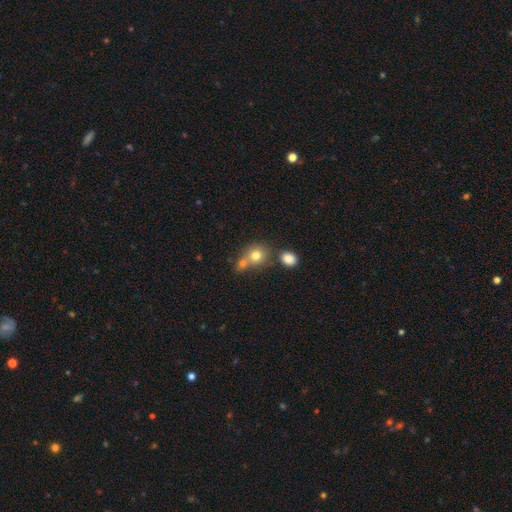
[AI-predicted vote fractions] smooth 76%, featured or disk 12%, star or artifact 12%. Down the decision tree: how rounded — round (78%); merging — none (45%).